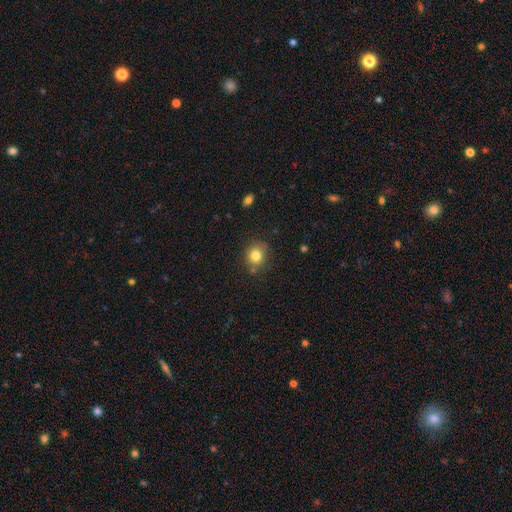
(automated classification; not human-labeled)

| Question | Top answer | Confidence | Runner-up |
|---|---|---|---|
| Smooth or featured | smooth | 81% | star or artifact (11%) |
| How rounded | round | 81% | in between (18%) |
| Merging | none | 79% | minor disturbance (13%) |